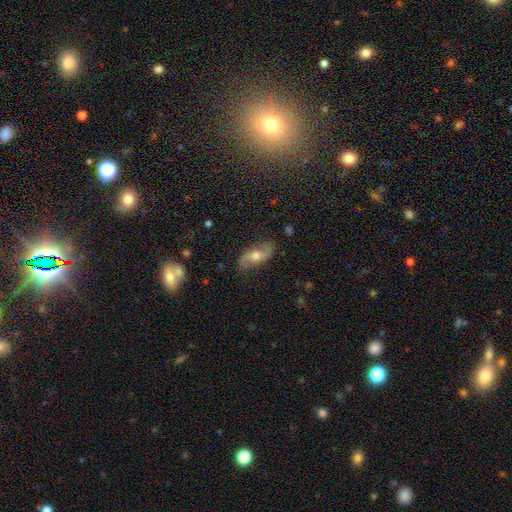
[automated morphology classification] This appears to be a featured or disk galaxy (66%) with no bar (62%), spiral arms (87%) and a moderate central bulge (67%). Merging: none (78%).